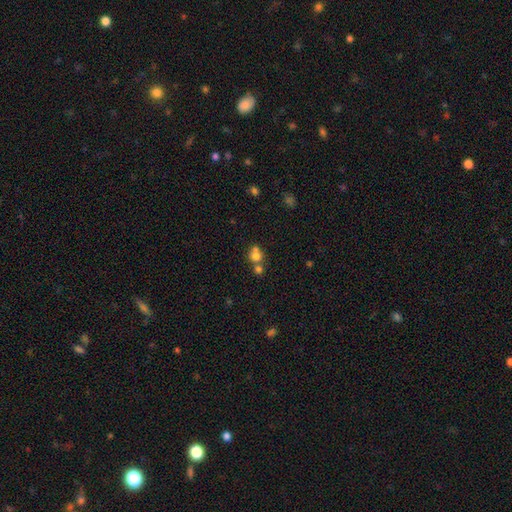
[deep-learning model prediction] Overall: smooth (72%). How rounded: round (80%). Merging: merger (53%; none 37%).